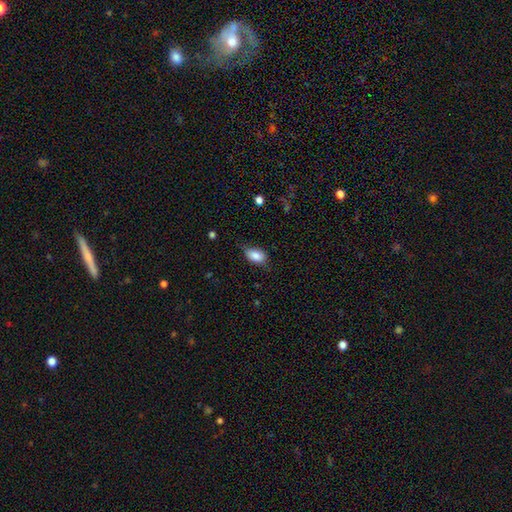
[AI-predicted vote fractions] Overall: smooth (84%). How rounded: in between (90%). Merging: none (64%; minor disturbance 29%).